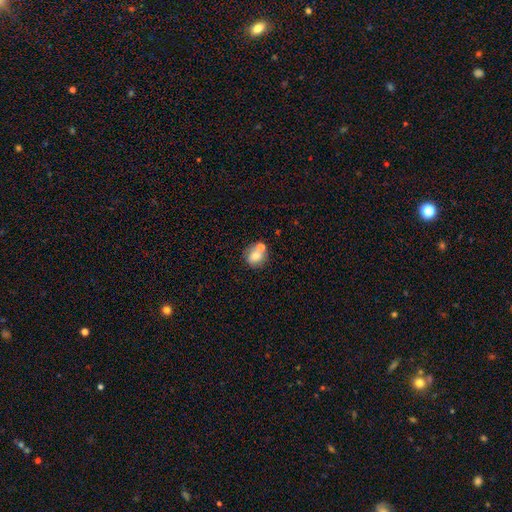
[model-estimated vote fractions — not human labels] Q: Smooth or featured?
A: smooth (73%); runner-up: featured or disk (17%)
Q: How rounded?
A: round (79%); runner-up: in between (20%)
Q: Merging?
A: none (52%); runner-up: merger (31%)